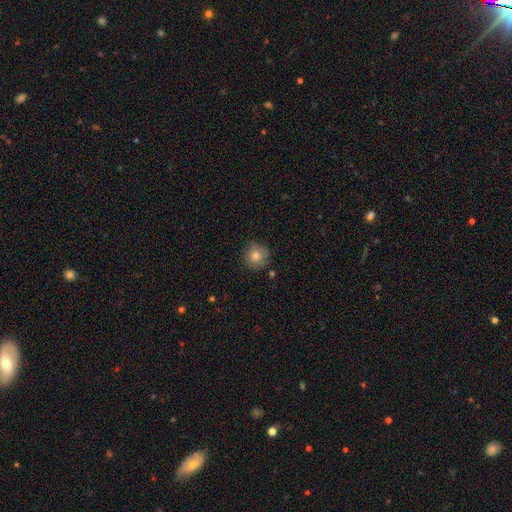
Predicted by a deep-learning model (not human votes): Smooth or featured: smooth — 81% (star or artifact — 10%)
How rounded: round — 93% (in between — 6%)
Merging: none — 80% (minor disturbance — 15%)